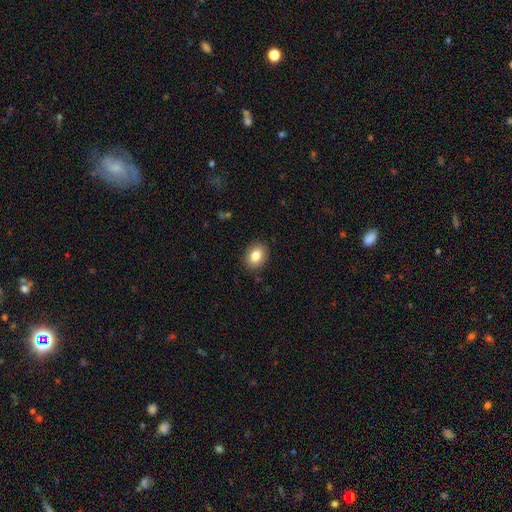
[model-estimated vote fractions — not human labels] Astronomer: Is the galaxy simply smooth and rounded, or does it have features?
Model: smooth — 84%.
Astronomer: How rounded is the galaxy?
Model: in between — 60% (runner-up: round, 39%).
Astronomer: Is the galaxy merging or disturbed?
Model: none — 88%.